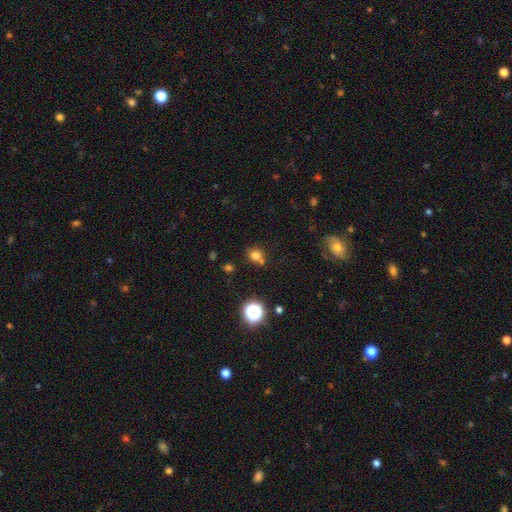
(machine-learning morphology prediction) A smooth galaxy with no disk features (74%) that is round (76%).

Vote fractions:
- Smooth or featured? smooth: 74% / star or artifact: 18% / featured or disk: 7%
- How rounded? round: 76% / in between: 22% / cigar-shaped: 1%
- Merging? none: 63% / merger: 20% / minor disturbance: 13% / major disturbance: 4%